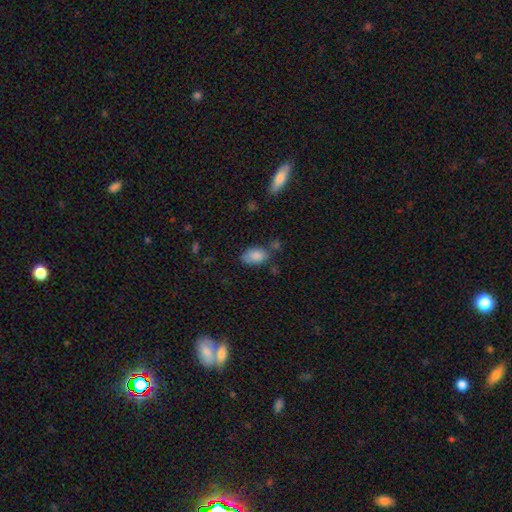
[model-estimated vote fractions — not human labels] Morphology: type=smooth (84%); roundness=in between (91%); merging=none (57%).